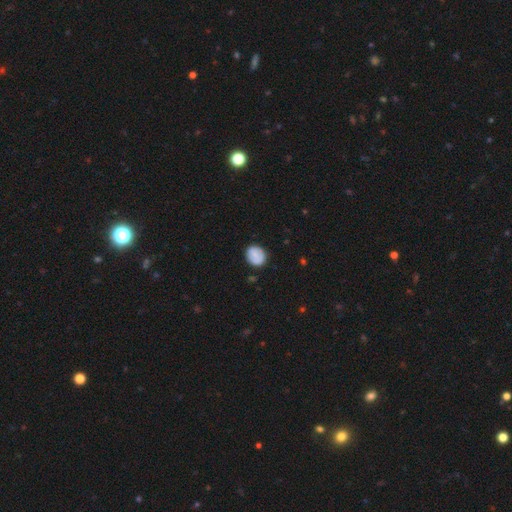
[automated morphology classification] Q: Smooth or featured?
A: smooth (77%); runner-up: featured or disk (16%)
Q: How rounded?
A: round (69%); runner-up: in between (30%)
Q: Merging?
A: none (82%); runner-up: minor disturbance (14%)